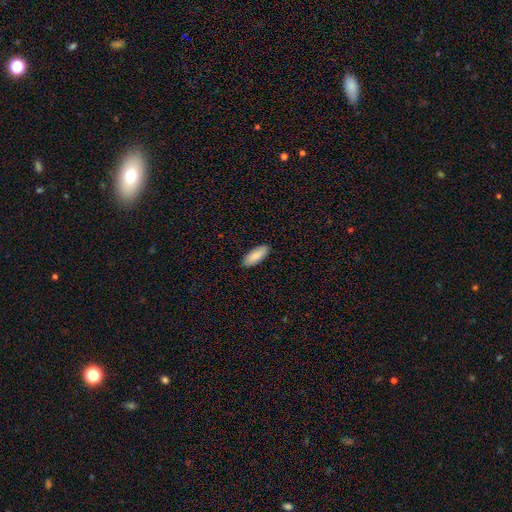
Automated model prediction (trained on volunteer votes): The model was most divided on "how rounded": in between: 76%, cigar-shaped: 22%, round: 2%. More confident: merging — none (89%); smooth or featured — smooth (88%).